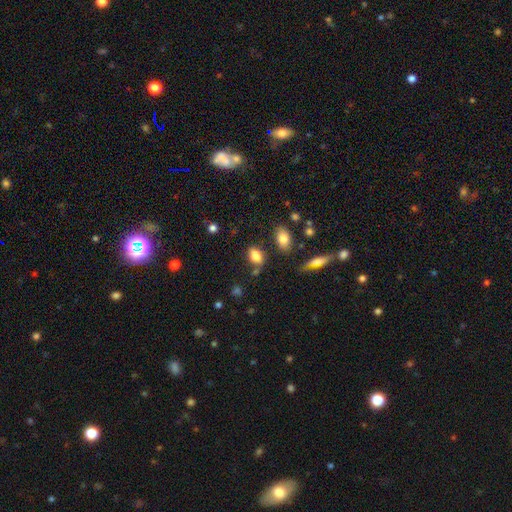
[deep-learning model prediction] A smooth galaxy with no disk features (81%) that is in between round and cigar-shaped (85%). Merging: none (73%).